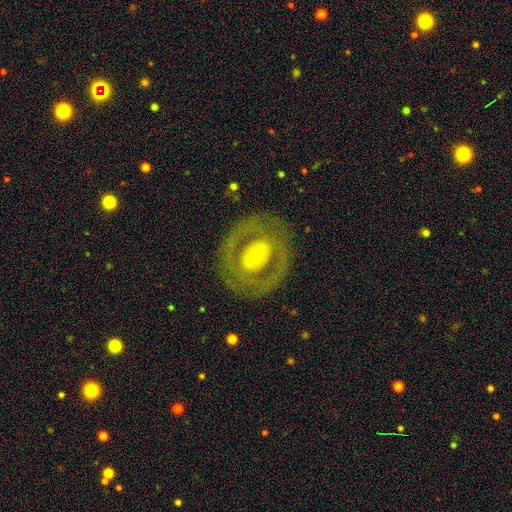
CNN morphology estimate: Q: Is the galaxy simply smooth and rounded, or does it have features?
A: featured or disk — 68%.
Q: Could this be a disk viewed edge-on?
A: no — 94%.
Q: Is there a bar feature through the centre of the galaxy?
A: no — 47%.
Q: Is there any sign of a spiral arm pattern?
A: no — 69%.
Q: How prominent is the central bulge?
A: moderate — 58%.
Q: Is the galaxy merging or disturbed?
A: none — 78%.